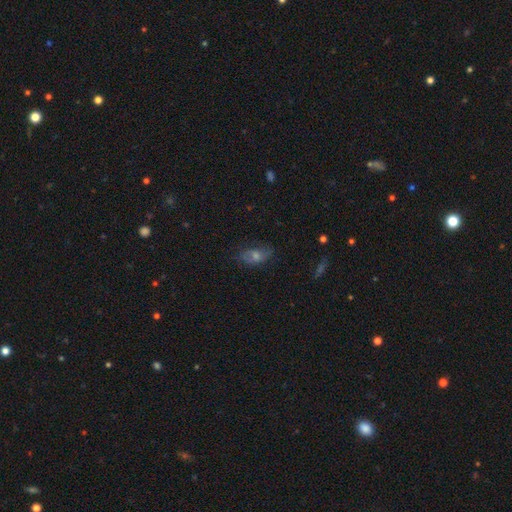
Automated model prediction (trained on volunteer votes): This is marginally a smooth galaxy (42%). Merging: likely none (68%).